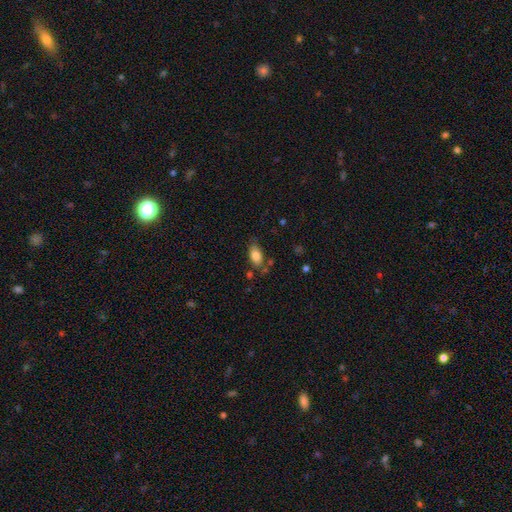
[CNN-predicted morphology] Q: Smooth or featured?
A: smooth (84%); runner-up: featured or disk (8%)
Q: How rounded?
A: in between (90%); runner-up: round (6%)
Q: Merging?
A: none (68%); runner-up: minor disturbance (19%)